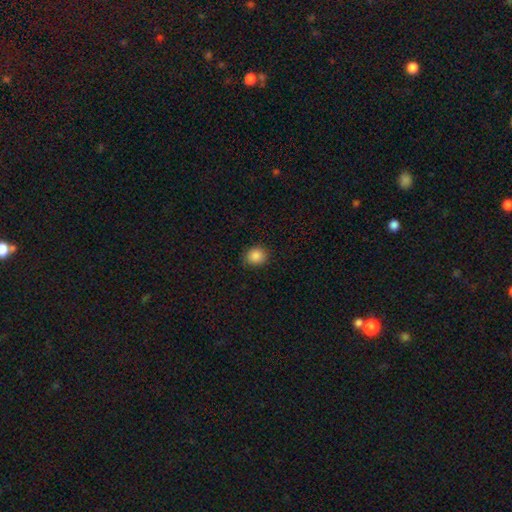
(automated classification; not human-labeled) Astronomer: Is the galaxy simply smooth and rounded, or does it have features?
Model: smooth — 87%.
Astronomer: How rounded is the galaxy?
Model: round — 75%.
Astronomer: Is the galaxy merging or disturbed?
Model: none — 88%.